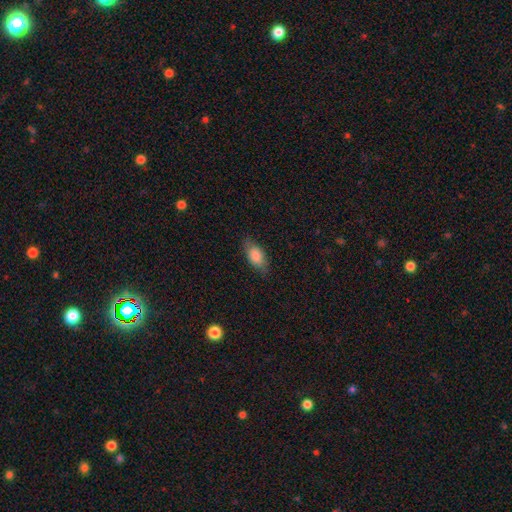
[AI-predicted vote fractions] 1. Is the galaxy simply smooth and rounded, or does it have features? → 82% smooth, 11% featured or disk, 7% star or artifact.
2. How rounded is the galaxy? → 87% in between, 8% cigar-shaped, 4% round.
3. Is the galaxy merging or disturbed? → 76% none, 18% minor disturbance, 5% major disturbance, 1% merger.